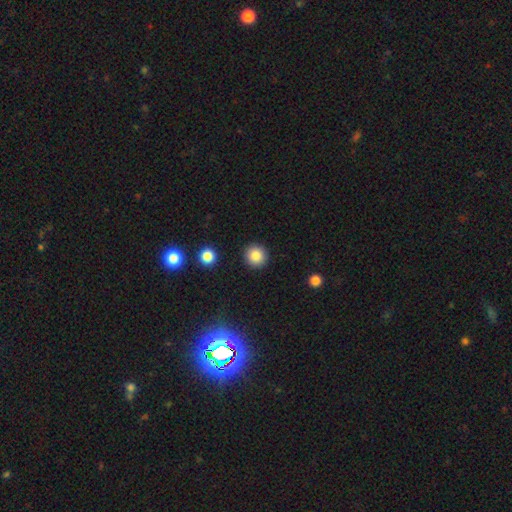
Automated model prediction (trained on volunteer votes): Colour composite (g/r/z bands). It shows a smooth galaxy with no disk features (86%) that is round (94%). Merging: none (91%).